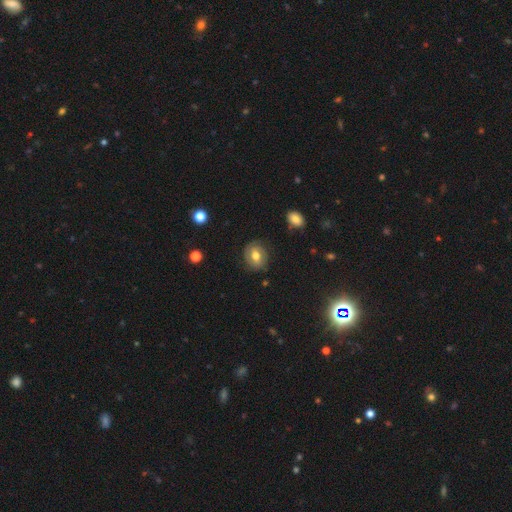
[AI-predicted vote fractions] This appears to be a featured or disk galaxy (46%). Merging: none (78%).